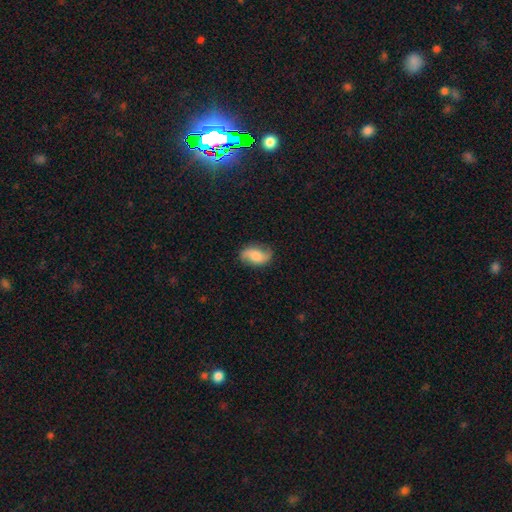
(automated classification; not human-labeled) This appears to be a featured or disk galaxy (56%) with no bar (60%), 2 (91%) loose (63%) spiral arms (93%) and a moderate central bulge (42%). Merging: none (80%).